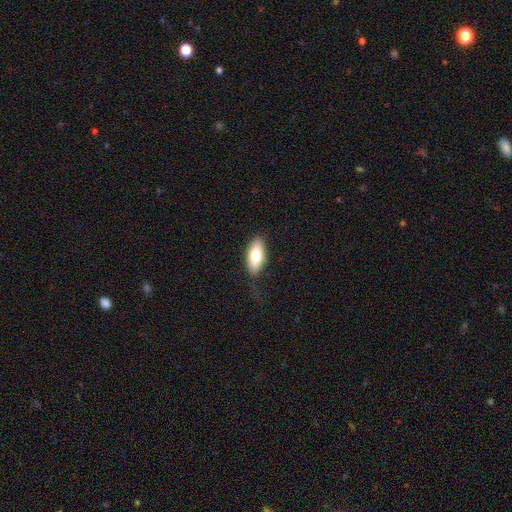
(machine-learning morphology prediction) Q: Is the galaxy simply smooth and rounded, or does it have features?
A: smooth — 77%.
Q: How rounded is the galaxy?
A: in between — 86%.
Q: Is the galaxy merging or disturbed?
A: none — 78%.